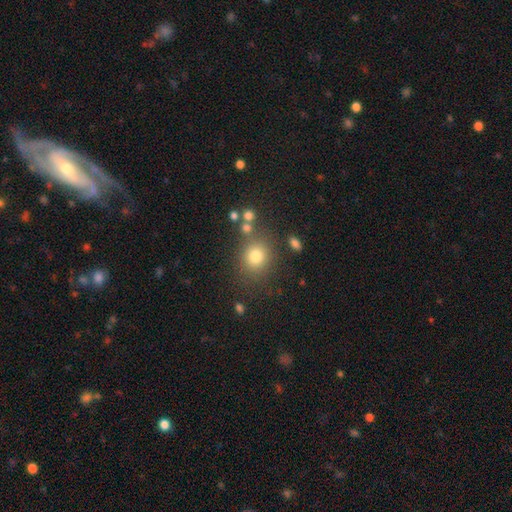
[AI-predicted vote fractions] smooth_or_featured: smooth (p=0.78) [alt: star or artifact p=0.14]
how_rounded: round (p=0.76) [alt: in between p=0.23]
merging: none (p=0.76) [alt: minor disturbance p=0.11]